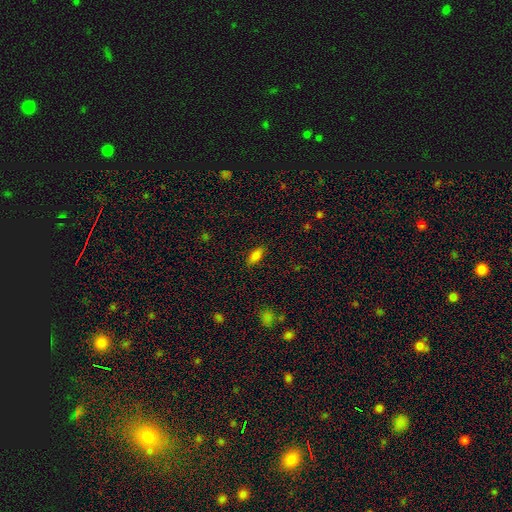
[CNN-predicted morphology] type=smooth (83%); roundness=in between (88%); merging=none (85%).